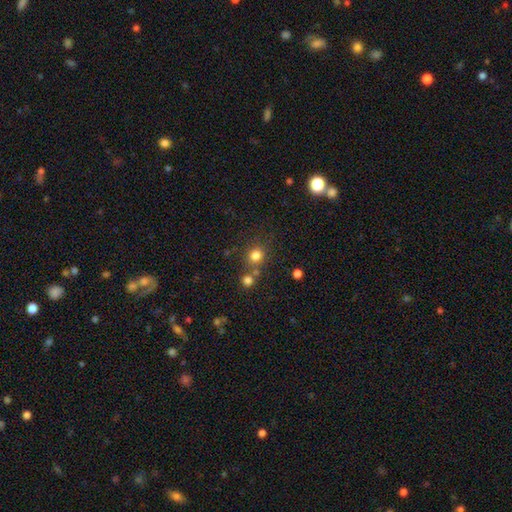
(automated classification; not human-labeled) Smooth or featured: smooth — 79% (star or artifact — 14%)
How rounded: round — 87% (in between — 12%)
Merging: none — 70% (merger — 18%)